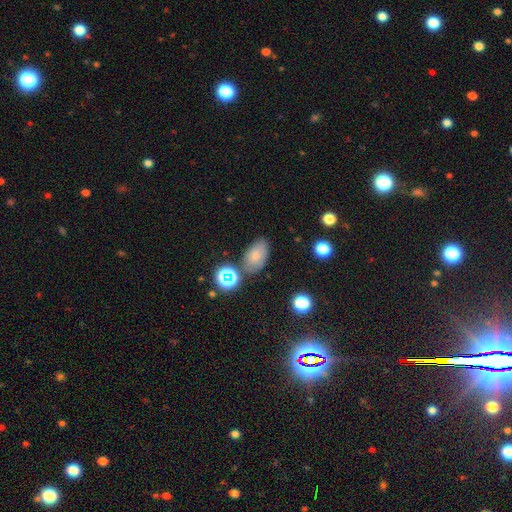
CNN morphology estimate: Smooth or featured: smooth — 72% (featured or disk — 14%)
How rounded: in between — 89% (round — 9%)
Merging: none — 68% (minor disturbance — 19%)